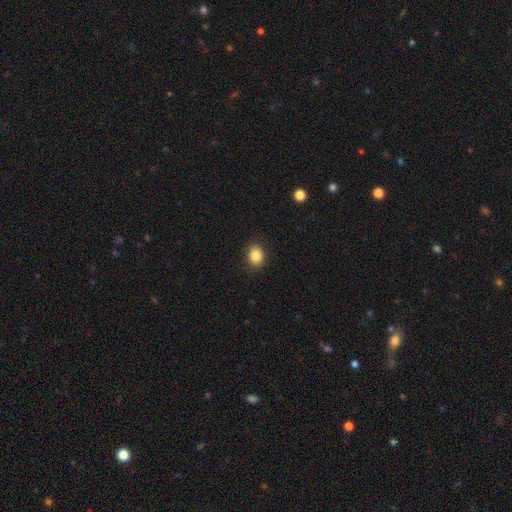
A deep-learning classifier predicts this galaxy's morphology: Q: Smooth or featured?
A: smooth (85%); runner-up: star or artifact (10%)
Q: How rounded?
A: round (52%); runner-up: in between (47%)
Q: Merging?
A: none (88%); runner-up: minor disturbance (8%)